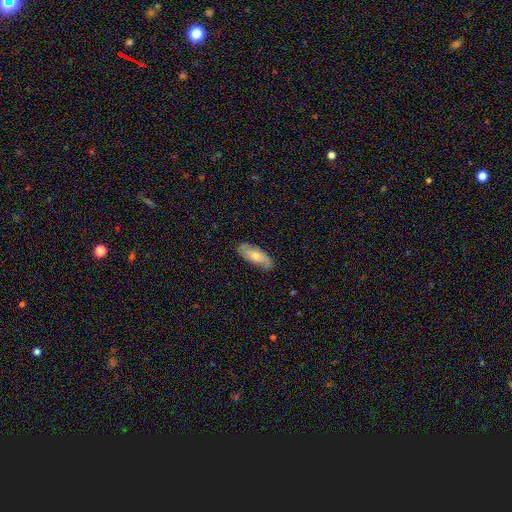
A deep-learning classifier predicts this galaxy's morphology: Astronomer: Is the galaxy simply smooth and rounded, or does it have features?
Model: smooth — 55% (runner-up: featured or disk, 39%).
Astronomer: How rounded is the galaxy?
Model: in between — 70%.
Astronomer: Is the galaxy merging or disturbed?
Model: none — 84%.